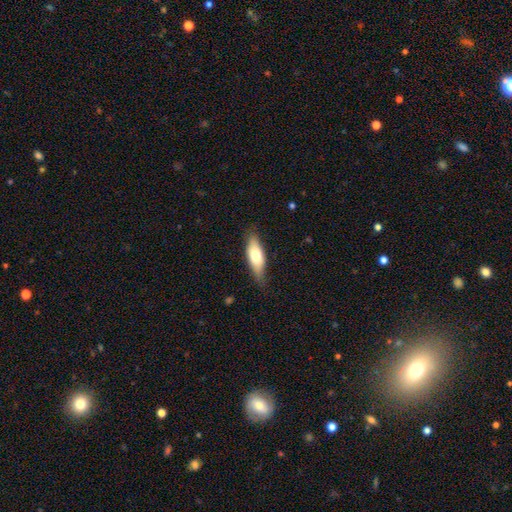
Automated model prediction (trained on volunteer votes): A smooth galaxy with no disk features (69%) that is in between round and cigar-shaped (63%).

Vote fractions:
- Smooth or featured? smooth: 69% / featured or disk: 26% / star or artifact: 6%
- How rounded? in between: 63% / cigar-shaped: 35% / round: 2%
- Merging? none: 77% / minor disturbance: 18% / major disturbance: 3% / merger: 1%